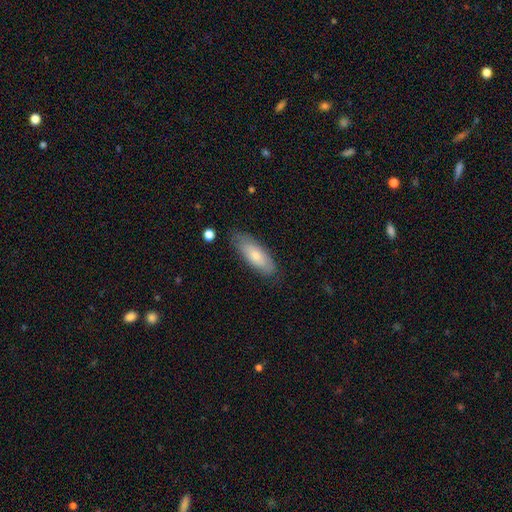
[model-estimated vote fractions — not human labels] Overall: smooth (74%). How rounded: in between (71%). Merging: none (76%).